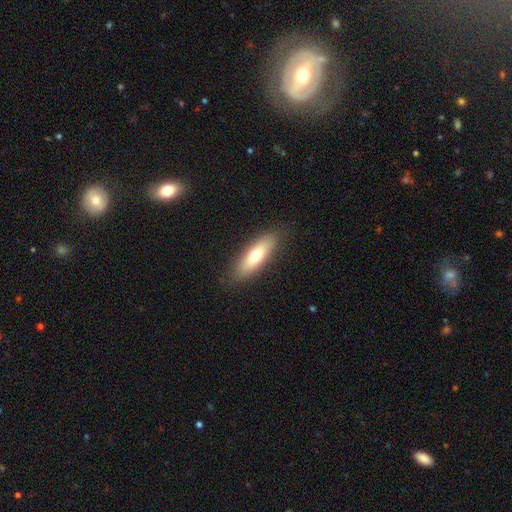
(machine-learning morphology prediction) This appears to be a smooth galaxy with no disk features (68%) that is cigar-shaped (50%). Merging: none (87%).